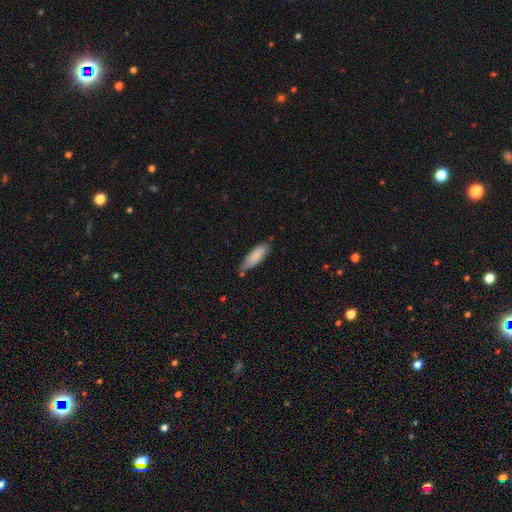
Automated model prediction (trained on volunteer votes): Smooth or featured: smooth — 85% (featured or disk — 10%)
How rounded: in between — 55% (cigar-shaped — 44%)
Merging: none — 65% (minor disturbance — 27%)